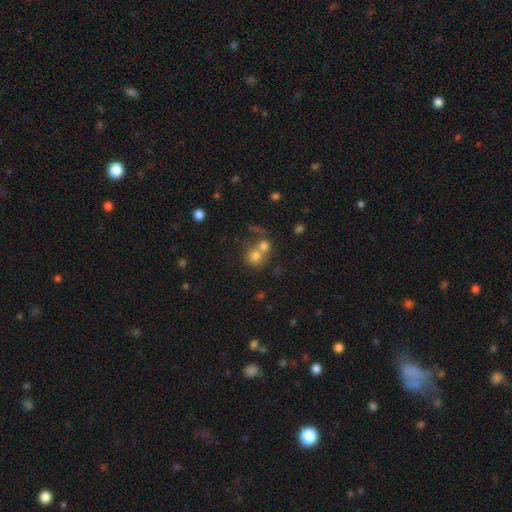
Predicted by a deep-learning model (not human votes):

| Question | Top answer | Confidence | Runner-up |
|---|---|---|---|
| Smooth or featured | smooth | 73% | featured or disk (14%) |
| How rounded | round | 83% | in between (16%) |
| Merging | merger | 55% | none (34%) |